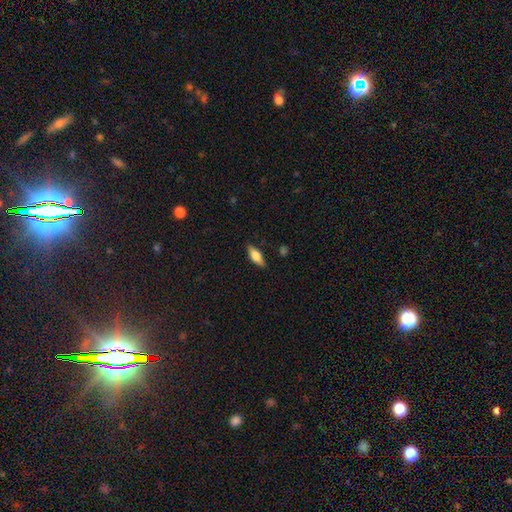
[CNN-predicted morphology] This is likely a smooth galaxy (63%). How rounded: likely in between (65%). Merging: clearly none (86%).